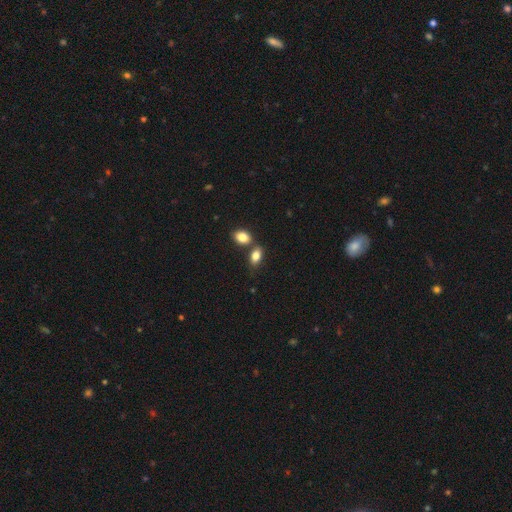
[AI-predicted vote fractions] Smooth or featured?
  - smooth: 83% *
  - featured or disk: 8%
  - star or artifact: 8%
How rounded?
  - in between: 88% *
  - round: 10%
  - cigar-shaped: 3%
Merging?
  - none: 50% *
  - merger: 35%
  - minor disturbance: 11%
  - major disturbance: 4%